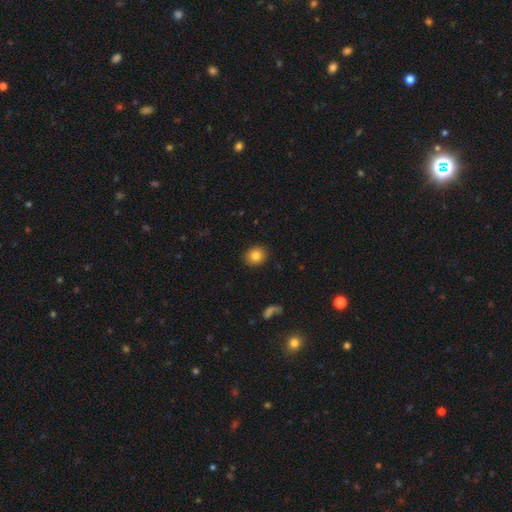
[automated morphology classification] smooth_or_featured: smooth (p=0.83) [alt: star or artifact p=0.09]
how_rounded: round (p=0.75) [alt: in between p=0.24]
merging: none (p=0.91) [alt: minor disturbance p=0.06]